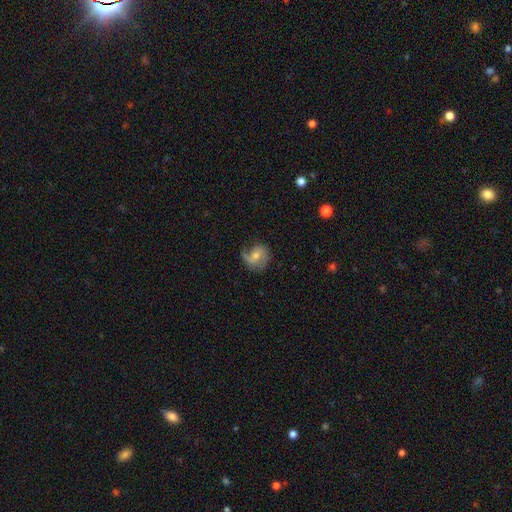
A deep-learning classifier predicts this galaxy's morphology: type=featured or disk (68%); edge-on=no (97%); bar=no (59%); spiral arms=yes (91%); winding=medium (43%); arm count=2 (52%); bulge=moderate (51%); merging=none (64%).